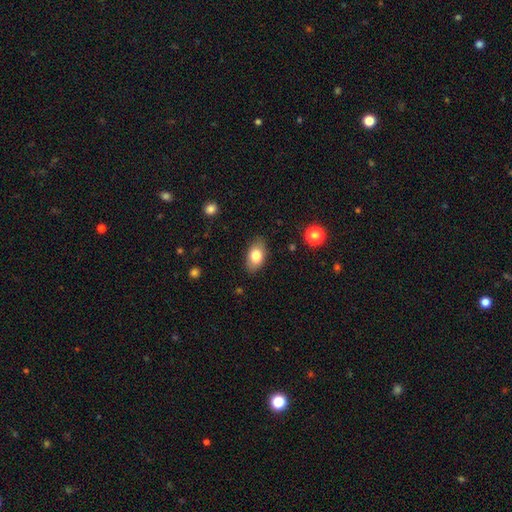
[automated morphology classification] smooth_or_featured: smooth (p=0.79) [alt: featured or disk p=0.13]
how_rounded: in between (p=0.91) [alt: round p=0.07]
merging: none (p=0.84) [alt: minor disturbance p=0.12]